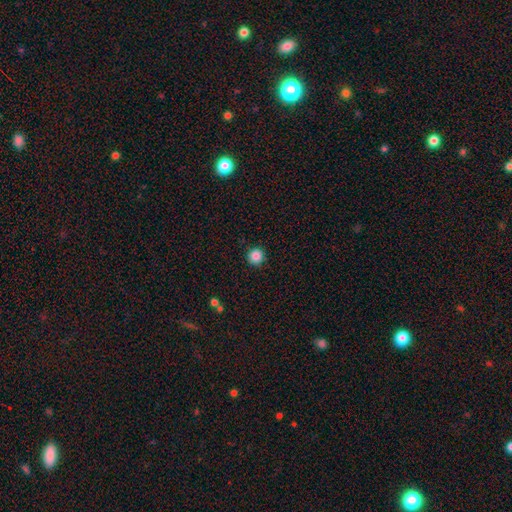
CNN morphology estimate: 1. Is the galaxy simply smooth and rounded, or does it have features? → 86% smooth, 11% star or artifact, 4% featured or disk.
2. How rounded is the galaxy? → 95% round, 4% in between, 1% cigar-shaped.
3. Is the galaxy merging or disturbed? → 91% none, 6% minor disturbance, 2% major disturbance, 1% merger.